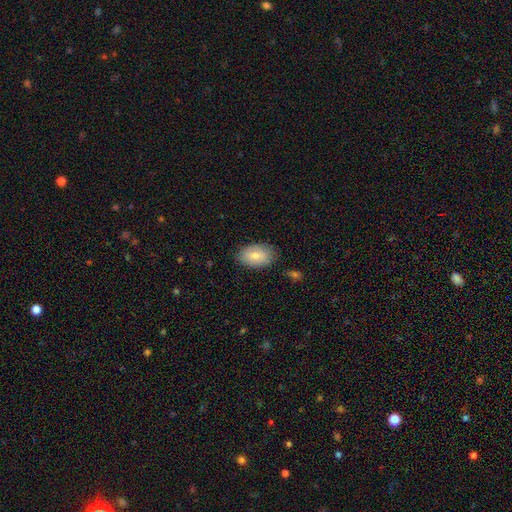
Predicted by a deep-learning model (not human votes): The model was most divided on "smooth or featured": smooth: 79%, featured or disk: 15%, star or artifact: 6%. More confident: how rounded — in between (92%); merging — none (81%).